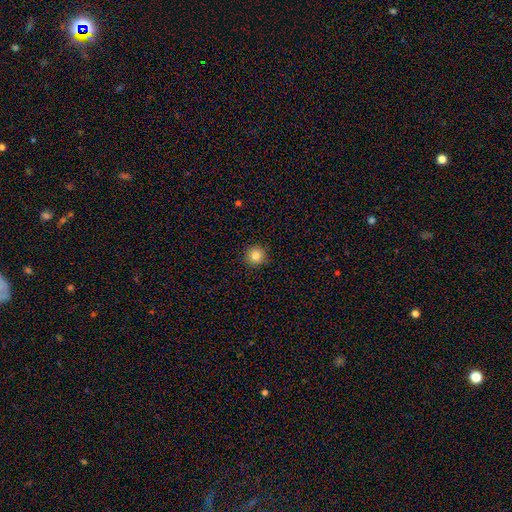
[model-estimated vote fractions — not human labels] This appears to be a smooth galaxy with no disk features (83%) that is round (95%). Merging: none (92%).